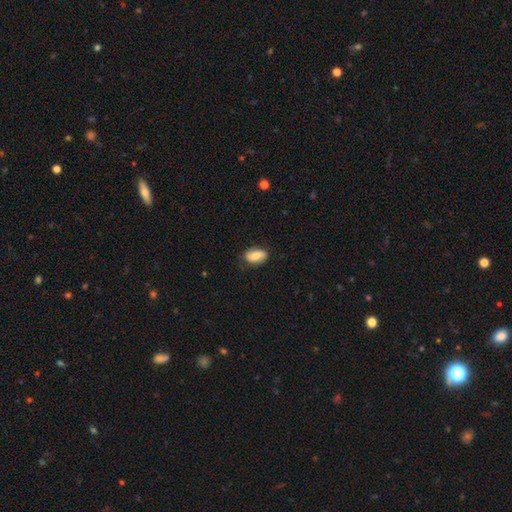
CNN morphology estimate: Smooth or featured: smooth — 62% (featured or disk — 31%)
How rounded: in between — 90% (round — 7%)
Merging: none — 78% (minor disturbance — 17%)